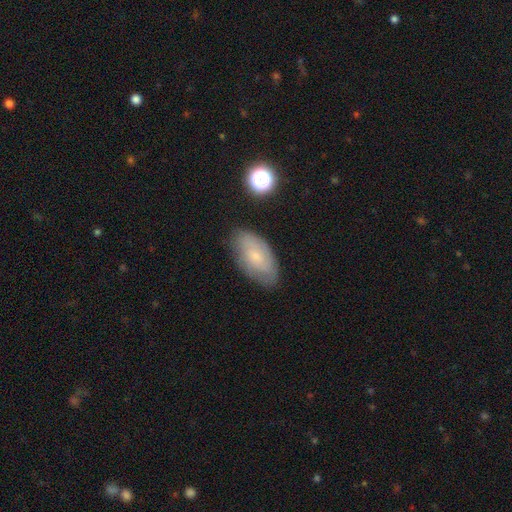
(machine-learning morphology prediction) This appears to be a smooth galaxy with no disk features (49%). Merging: none (74%).